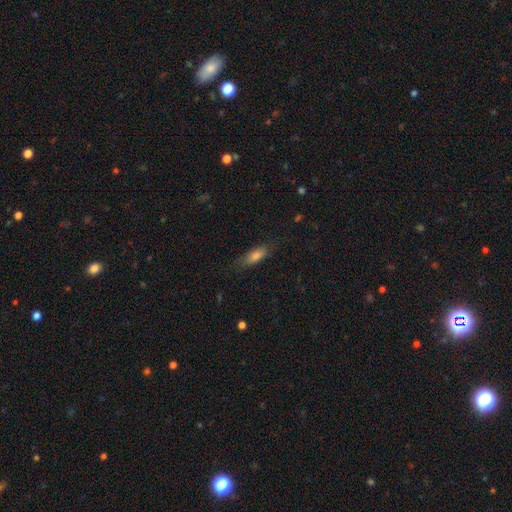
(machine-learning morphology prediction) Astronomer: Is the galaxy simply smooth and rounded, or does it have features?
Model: smooth — 72%.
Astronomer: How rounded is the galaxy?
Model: in between — 54% (runner-up: cigar-shaped, 44%).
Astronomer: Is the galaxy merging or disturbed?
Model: none — 77%.